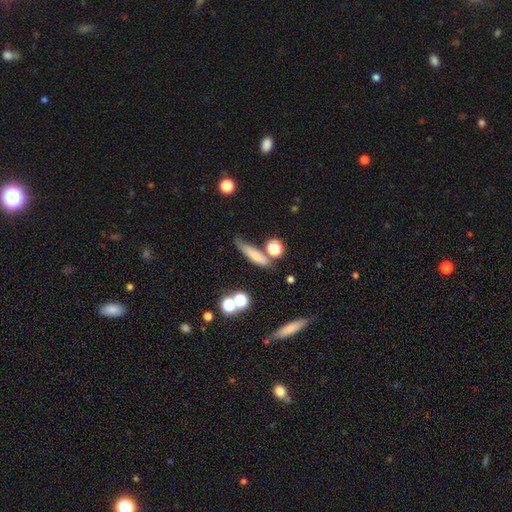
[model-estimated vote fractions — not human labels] Q: Smooth or featured?
A: smooth (69%); runner-up: featured or disk (19%)
Q: How rounded?
A: cigar-shaped (72%); runner-up: in between (22%)
Q: Merging?
A: none (61%); runner-up: minor disturbance (20%)